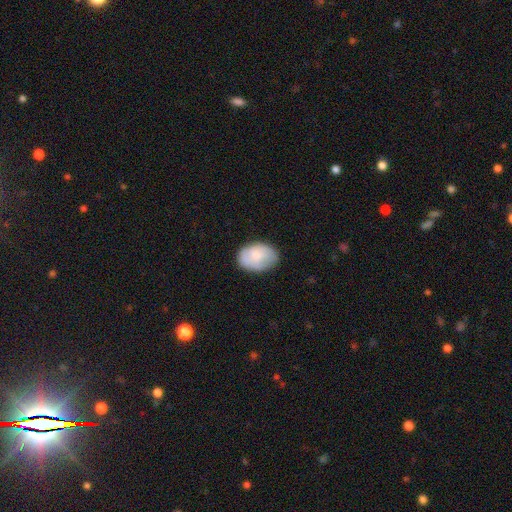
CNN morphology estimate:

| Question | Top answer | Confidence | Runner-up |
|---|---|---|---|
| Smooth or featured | smooth | 73% | featured or disk (21%) |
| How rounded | in between | 83% | round (16%) |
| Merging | none | 72% | minor disturbance (21%) |